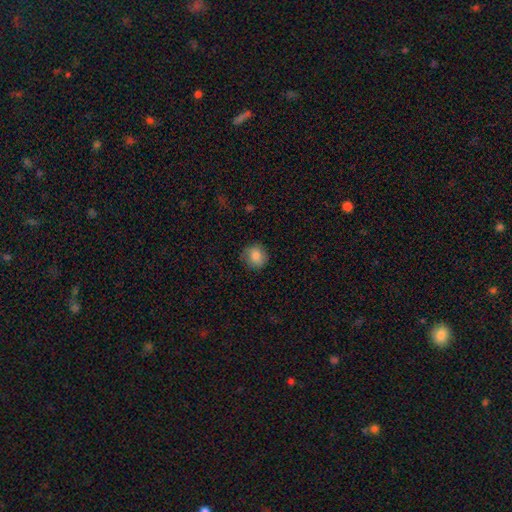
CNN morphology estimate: Smooth or featured? Predicted: smooth (p=0.83). How rounded? Predicted: round (p=0.88). Merging? Predicted: none (p=0.81).